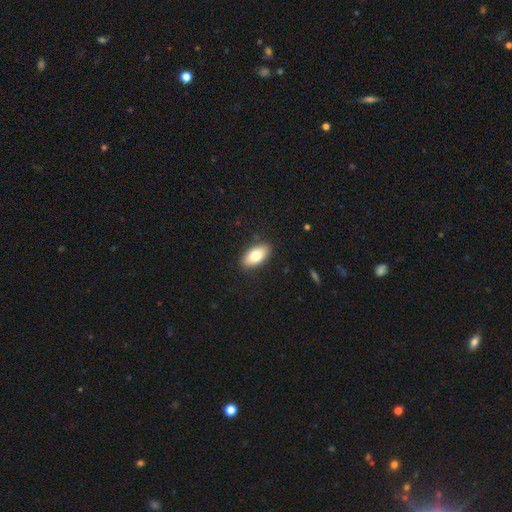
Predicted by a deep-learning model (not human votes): smooth_or_featured: smooth (p=0.77) [alt: featured or disk p=0.16]
how_rounded: in between (p=0.91) [alt: cigar-shaped p=0.05]
merging: none (p=0.88) [alt: minor disturbance p=0.09]